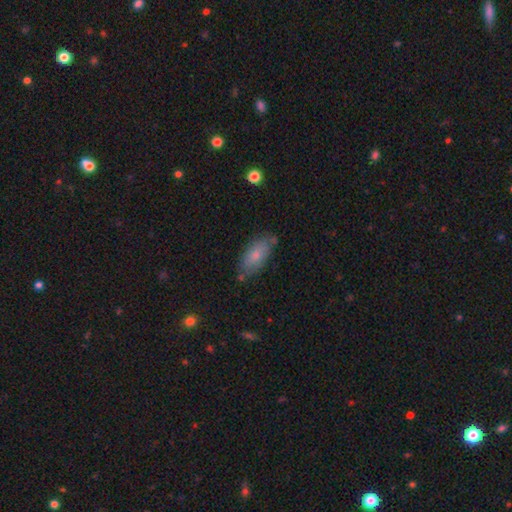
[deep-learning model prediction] Smooth or featured? Predicted: smooth (p=0.75). How rounded? Predicted: in between (p=0.86). Merging? Predicted: none (p=0.70).